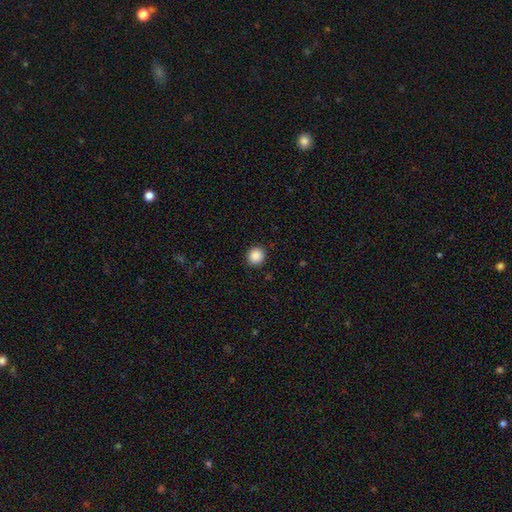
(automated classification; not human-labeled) Morphology: type=smooth (88%); roundness=round (92%); merging=none (91%).